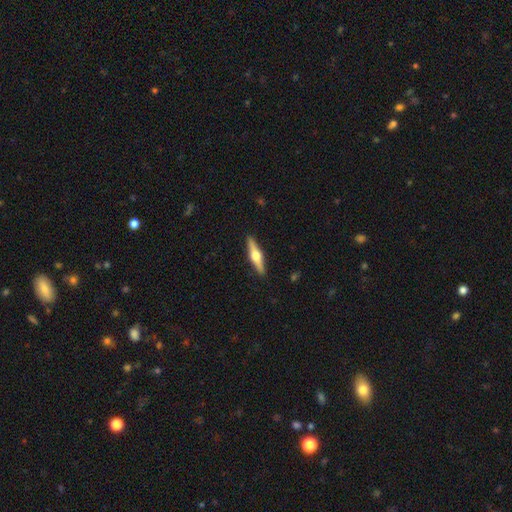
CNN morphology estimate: type=featured or disk (67%); edge-on=yes (97%); edge-on bulge=rounded (95%); merging=none (91%).